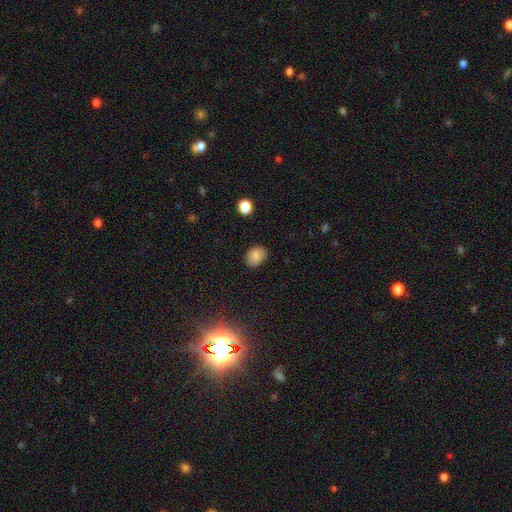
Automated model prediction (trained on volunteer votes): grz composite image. It shows a smooth galaxy with no disk features (84%) that is in between round and cigar-shaped (56%). Merging: none (81%).